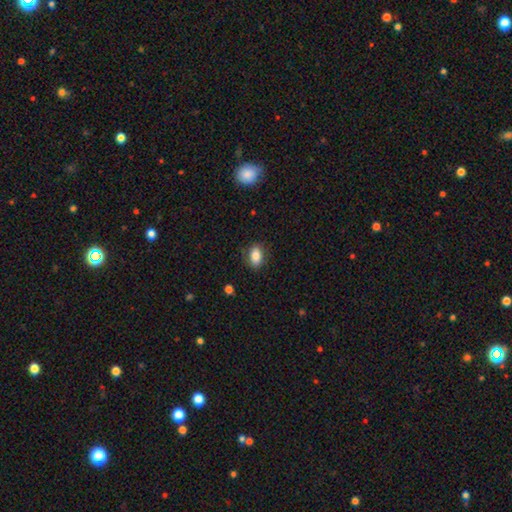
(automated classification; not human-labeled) This appears to be a smooth galaxy with no disk features (82%) that is in between round and cigar-shaped (84%). Merging: none (82%).